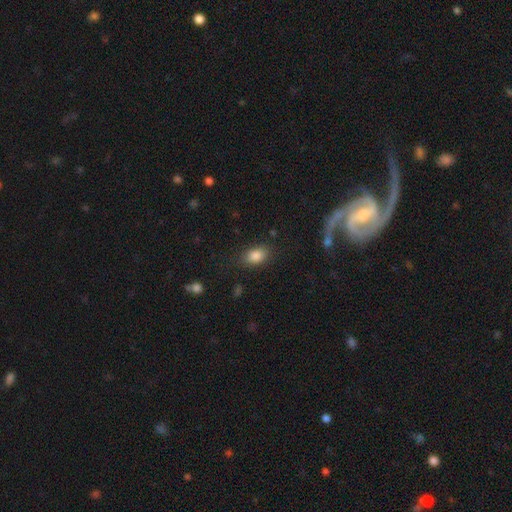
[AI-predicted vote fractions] Overall: smooth (85%). How rounded: in between (83%). Merging: none (81%).